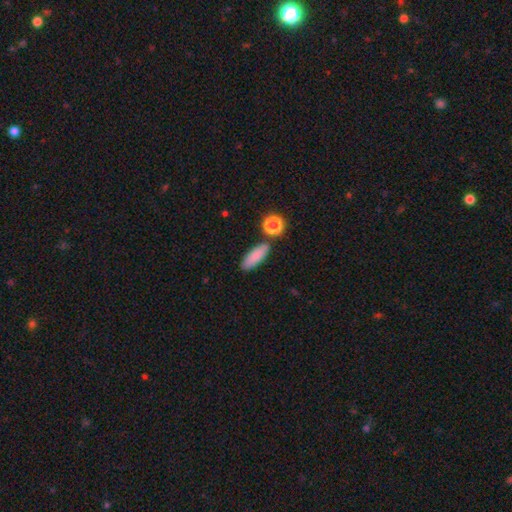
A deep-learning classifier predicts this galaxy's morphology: Q: Smooth or featured?
A: smooth (84%); runner-up: star or artifact (8%)
Q: How rounded?
A: in between (59%); runner-up: cigar-shaped (37%)
Q: Merging?
A: none (79%); runner-up: minor disturbance (11%)